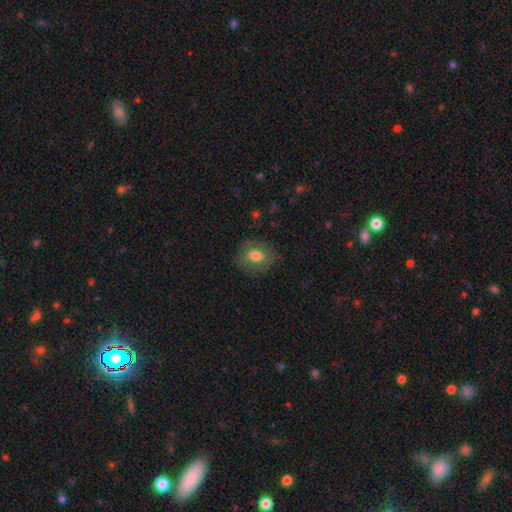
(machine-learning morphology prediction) Q: Smooth or featured?
A: smooth (68%); runner-up: featured or disk (23%)
Q: How rounded?
A: round (51%); runner-up: in between (48%)
Q: Merging?
A: none (79%); runner-up: minor disturbance (14%)